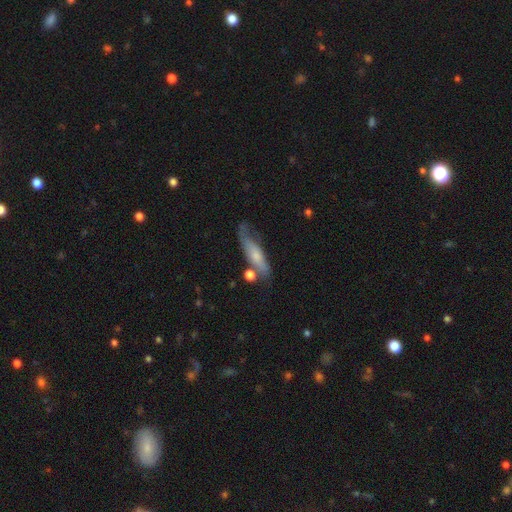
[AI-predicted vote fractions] Smooth or featured? smooth (53%)
How rounded? cigar-shaped (60%)
Merging? none (47%)